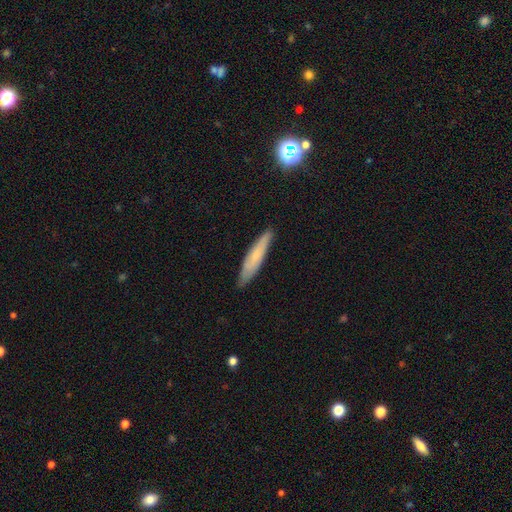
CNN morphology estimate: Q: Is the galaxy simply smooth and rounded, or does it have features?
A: smooth — 60%.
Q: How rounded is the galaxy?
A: cigar-shaped — 88%.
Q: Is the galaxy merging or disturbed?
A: none — 85%.